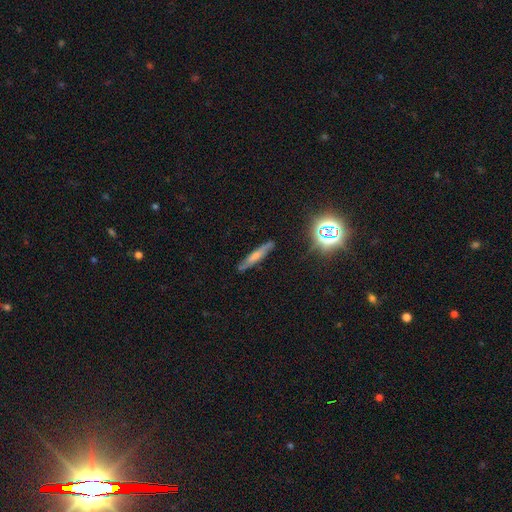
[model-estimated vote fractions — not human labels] smooth 50%, featured or disk 36%, star or artifact 14%. Down the decision tree: merging — none (80%).